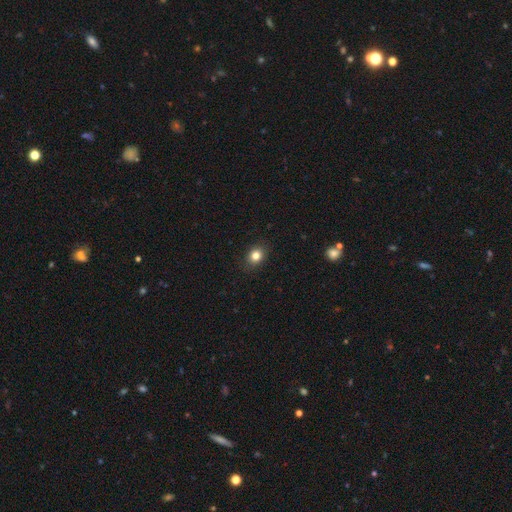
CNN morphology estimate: smooth 82%, star or artifact 11%, featured or disk 7%. Down the decision tree: how rounded — round (54%); merging — none (88%).